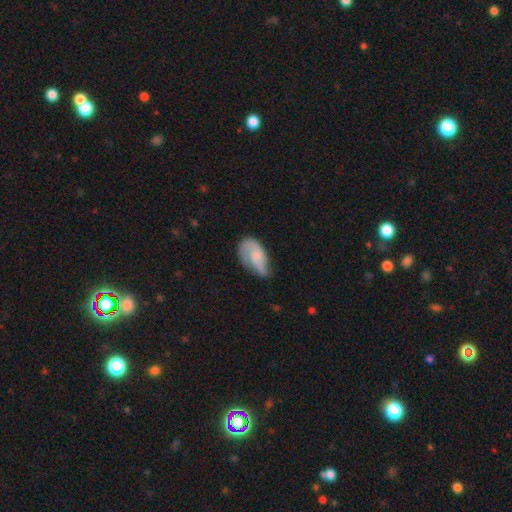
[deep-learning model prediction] This is possibly a featured or disk galaxy (52%). It is clearly not viewed edge-on (95%). Merging: marginally none (41%).